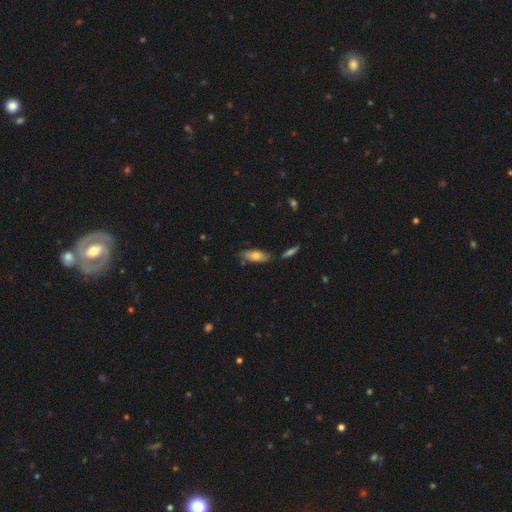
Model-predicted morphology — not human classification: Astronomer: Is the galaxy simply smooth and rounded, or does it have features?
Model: smooth — 73%.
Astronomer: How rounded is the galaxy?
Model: in between — 72%.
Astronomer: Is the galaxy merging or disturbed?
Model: none — 75%.